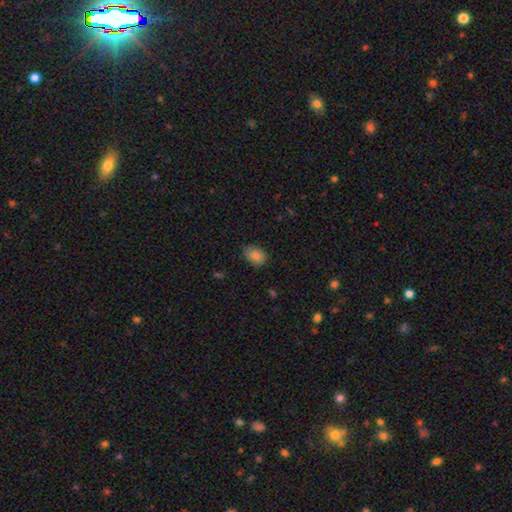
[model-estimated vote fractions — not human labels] Smooth or featured: smooth — 84% (star or artifact — 8%)
How rounded: in between — 74% (round — 25%)
Merging: none — 83% (minor disturbance — 14%)